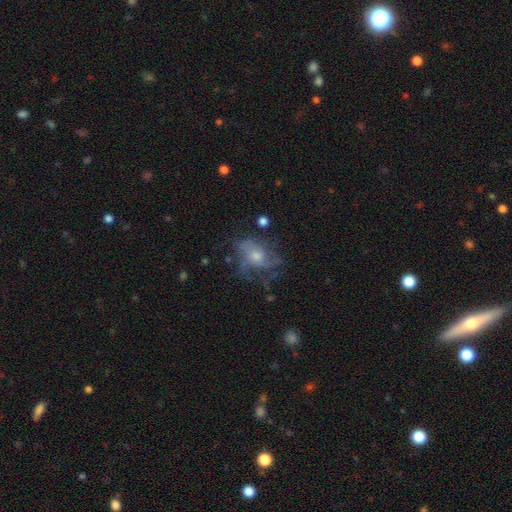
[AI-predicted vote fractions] A featured or disk galaxy (62%) with no bar (77%), spiral arms (69%) and a moderate central bulge (54%).

Vote fractions:
- Smooth or featured? featured or disk: 62% / smooth: 25% / star or artifact: 13%
- Edge-on disk? no: 96% / yes: 4%
- Bar? no: 77% / weak: 20% / strong: 3%
- Spiral arms? yes: 69% / no: 31%
- Bulge size? moderate: 54% / small: 34% / large: 7% / none: 4% / dominant: 1%
- Merging? none: 53% / major disturbance: 23% / minor disturbance: 21% / merger: 2%